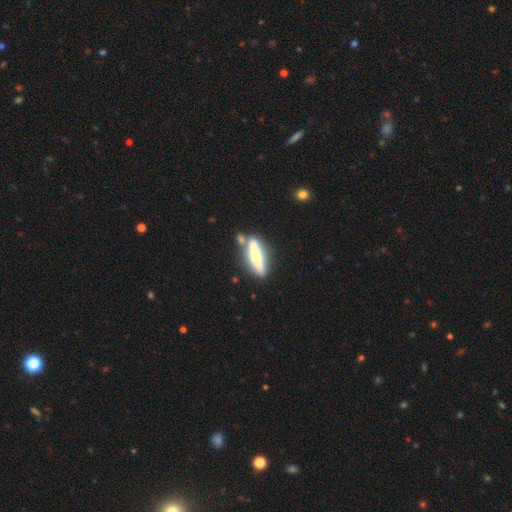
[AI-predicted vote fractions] smooth_or_featured: featured or disk (p=0.51) [alt: smooth p=0.43]
disk_edge_on: yes (p=0.69) [alt: no p=0.31]
merging: none (p=0.58) [alt: minor disturbance p=0.18]